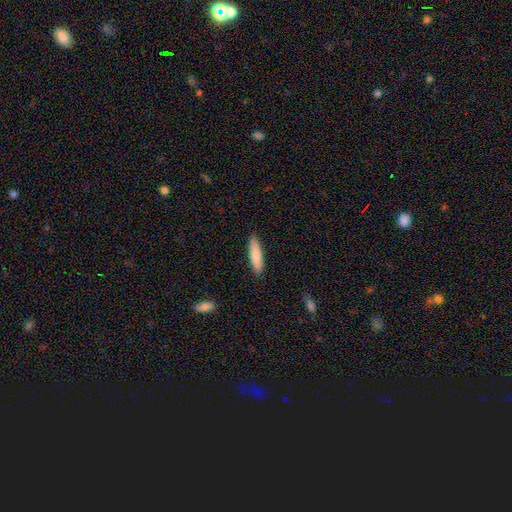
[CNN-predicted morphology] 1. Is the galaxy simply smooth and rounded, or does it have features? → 82% smooth, 13% featured or disk, 5% star or artifact.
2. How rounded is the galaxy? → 75% cigar-shaped, 23% in between, 1% round.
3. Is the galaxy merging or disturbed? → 89% none, 8% minor disturbance, 2% major disturbance, 1% merger.